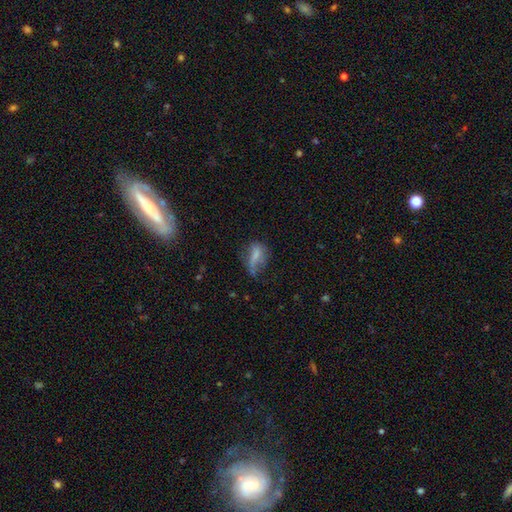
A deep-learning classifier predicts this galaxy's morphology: type=smooth (61%); roundness=in between (70%); merging=none (38%).